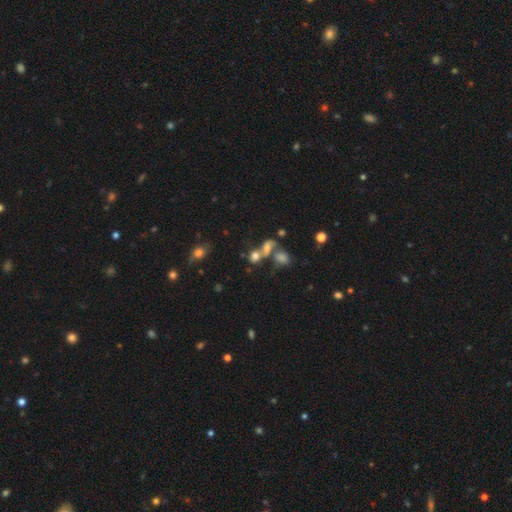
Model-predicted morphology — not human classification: smooth_or_featured: smooth (p=0.63) [alt: star or artifact p=0.19]
how_rounded: round (p=0.52) [alt: in between p=0.45]
merging: merger (p=0.55) [alt: none p=0.26]